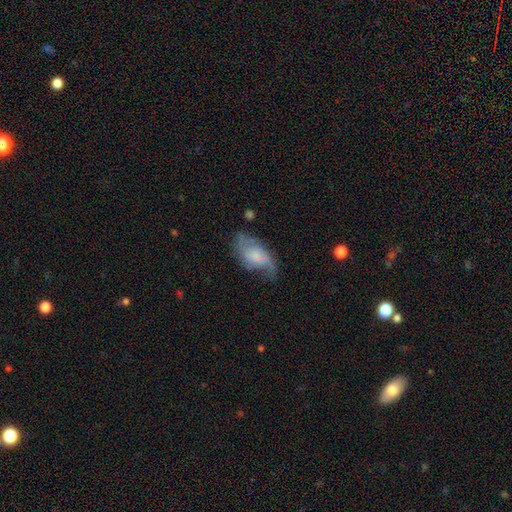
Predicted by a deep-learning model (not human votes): smooth-or-featured: featured or disk: 57% | smooth: 36% | star or artifact: 8%
  disk-edge-on: no: 94% | yes: 6%
    bar: no: 60% | weak: 33% | strong: 7%
    has-spiral-arms: yes: 83% | no: 17%
    bulge-size: none: 36% | small: 29% | moderate: 22% | large: 11% | dominant: 2%
  merging: none: 50% | minor disturbance: 28% | major disturbance: 19% | merger: 2%